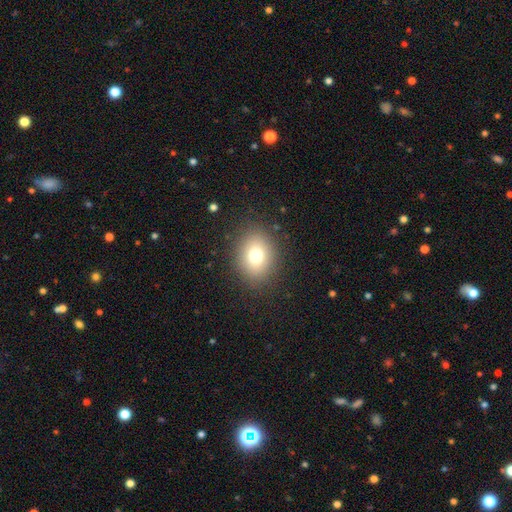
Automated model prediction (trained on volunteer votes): Q: Smooth or featured?
A: smooth (76%); runner-up: star or artifact (13%)
Q: How rounded?
A: round (50%); runner-up: in between (49%)
Q: Merging?
A: none (86%); runner-up: minor disturbance (9%)